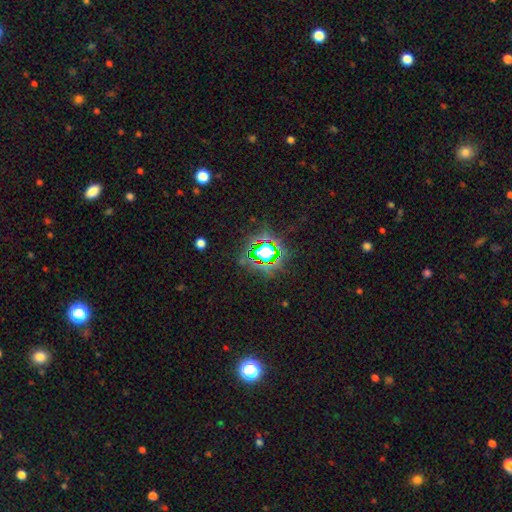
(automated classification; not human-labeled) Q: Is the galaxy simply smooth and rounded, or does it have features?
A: star or artifact — 81%.